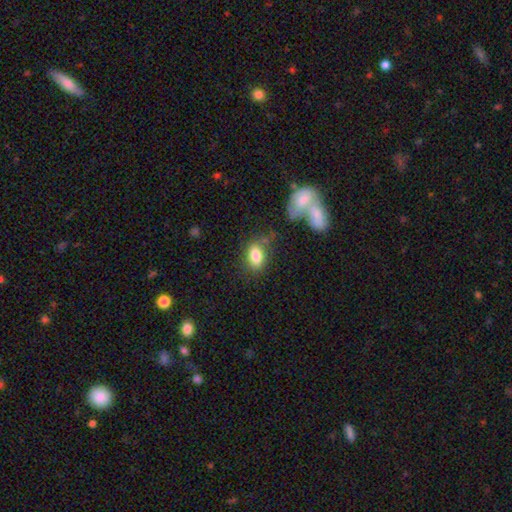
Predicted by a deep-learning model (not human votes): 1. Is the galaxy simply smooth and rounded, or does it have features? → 83% smooth, 9% featured or disk, 8% star or artifact.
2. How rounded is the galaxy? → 87% in between, 10% round, 3% cigar-shaped.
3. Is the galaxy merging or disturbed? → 65% none, 18% minor disturbance, 10% merger, 7% major disturbance.